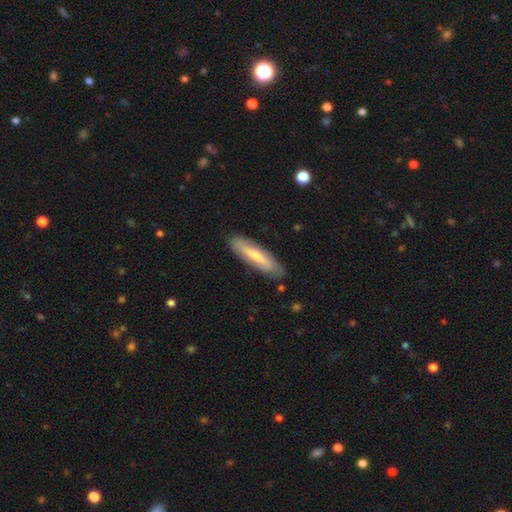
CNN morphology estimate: Overall: smooth (56%; featured or disk 39%). How rounded: cigar-shaped (69%; in between 29%). Merging: none (84%).